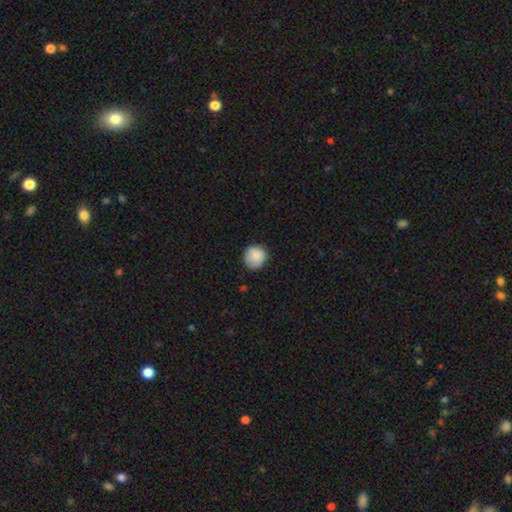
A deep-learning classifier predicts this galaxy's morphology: type=smooth (87%); roundness=round (88%); merging=none (81%).